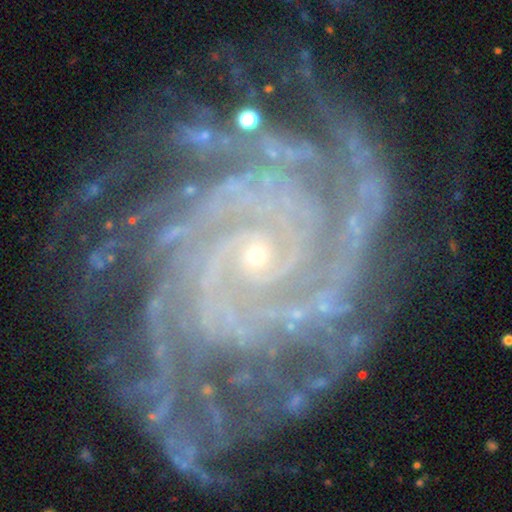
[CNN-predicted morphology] featured or disk 93%, star or artifact 5%, smooth 2%. Down the decision tree: edge-on disk — no (98%); bar — no (72%); spiral arms — yes (99%); spiral arm count — more than 4 (21%); spiral winding — tight (78%); bulge size — small (86%); merging — none (71%).